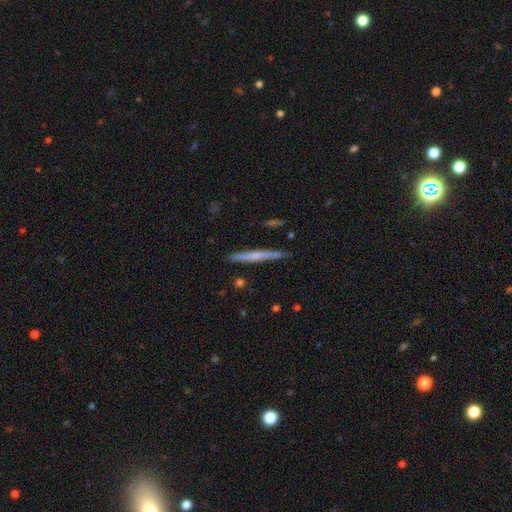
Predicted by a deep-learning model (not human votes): smooth-or-featured: featured or disk: 53% | smooth: 42% | star or artifact: 6%
  disk-edge-on: yes: 97% | no: 3%
    edge-on-bulge: none: 61% | rounded: 31% | boxy: 7%
  merging: none: 90% | minor disturbance: 8% | major disturbance: 1% | merger: 1%